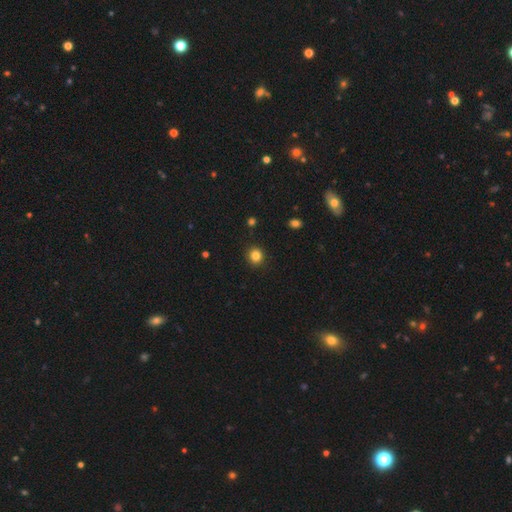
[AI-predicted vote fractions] This appears to be a smooth galaxy with no disk features (84%) that is round (88%). Merging: none (92%).